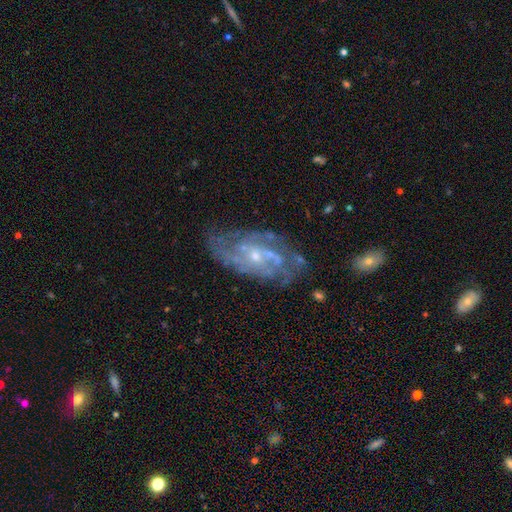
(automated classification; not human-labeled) The model was most divided on "spiral winding": tight: 47%, medium: 40%, loose: 13%. Remaining: edge-on disk — no (95%); spiral arms — yes (89%); smooth or featured — featured or disk (85%); bulge size — small (68%); merging — none (63%); bar — no (63%); spiral arm count — can't tell (36%).